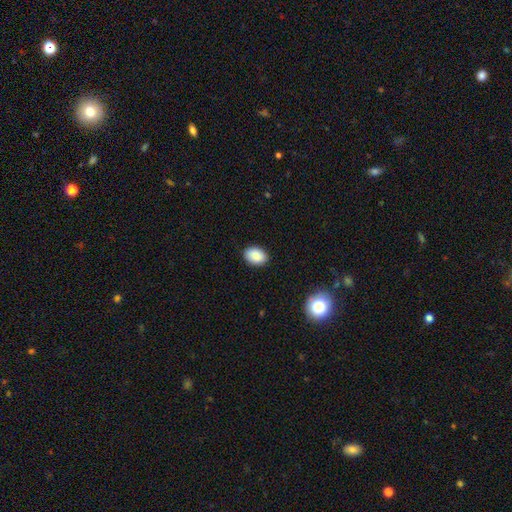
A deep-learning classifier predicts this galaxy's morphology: This appears to be a smooth galaxy with no disk features (89%) that is in between round and cigar-shaped (79%). Merging: none (88%).